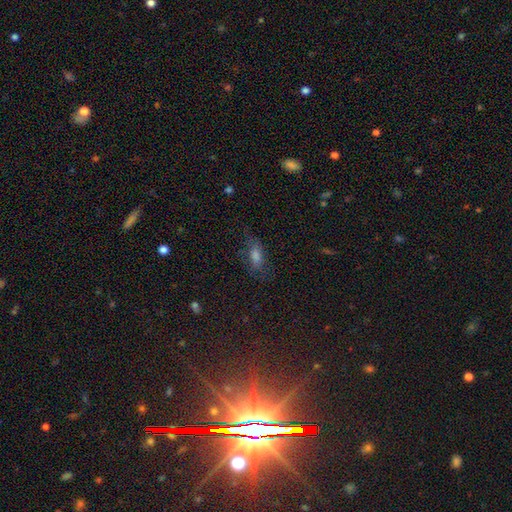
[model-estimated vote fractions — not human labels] Smooth or featured? smooth (54%)
How rounded? in between (69%)
Merging? none (64%)